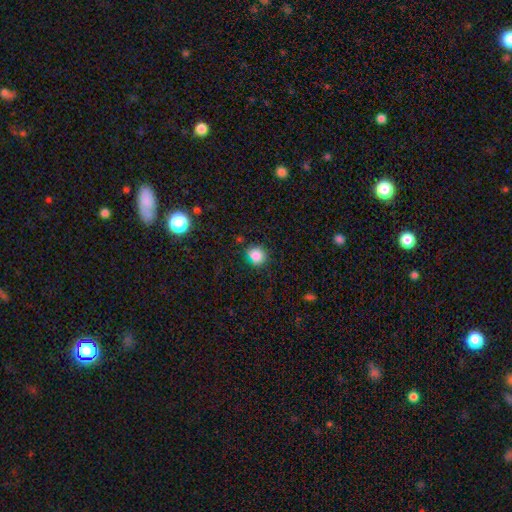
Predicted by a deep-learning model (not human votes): Q: Smooth or featured?
A: smooth (83%); runner-up: star or artifact (12%)
Q: How rounded?
A: round (84%); runner-up: in between (15%)
Q: Merging?
A: none (78%); runner-up: minor disturbance (15%)